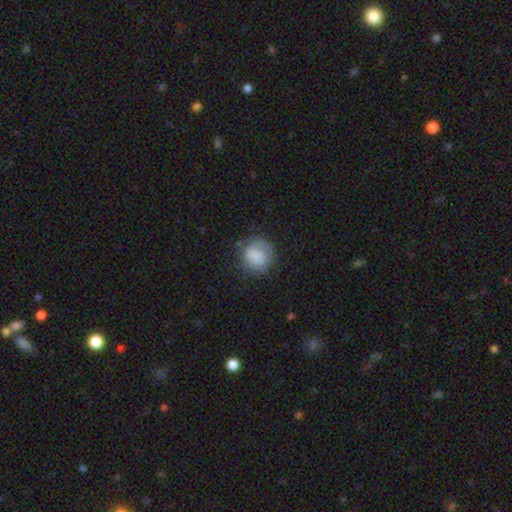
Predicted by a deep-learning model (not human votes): smooth 68%, featured or disk 24%, star or artifact 8%. Down the decision tree: how rounded — round (83%); merging — none (63%).